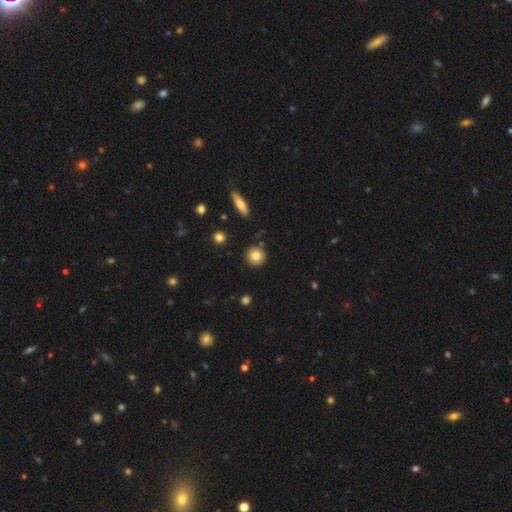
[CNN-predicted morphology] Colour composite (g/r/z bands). It shows a smooth galaxy with no disk features (83%) that is round (92%). Merging: none (88%).